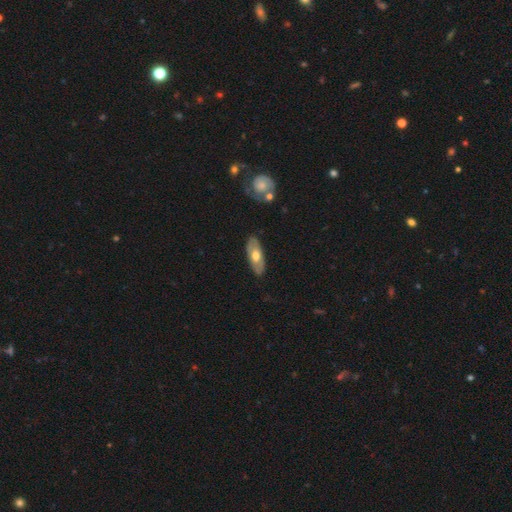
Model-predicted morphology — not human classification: Smooth or featured? Predicted: smooth (p=0.51). How rounded? Predicted: in between (p=0.81). Merging? Predicted: none (p=0.85).